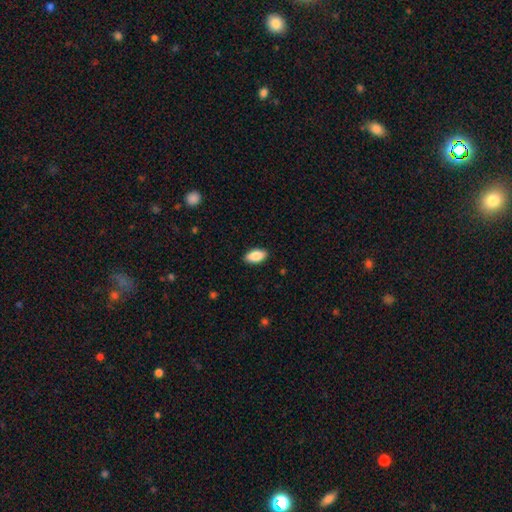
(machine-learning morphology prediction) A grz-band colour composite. It shows a smooth galaxy with no disk features (88%) that is in between round and cigar-shaped (92%). Merging: none (88%).